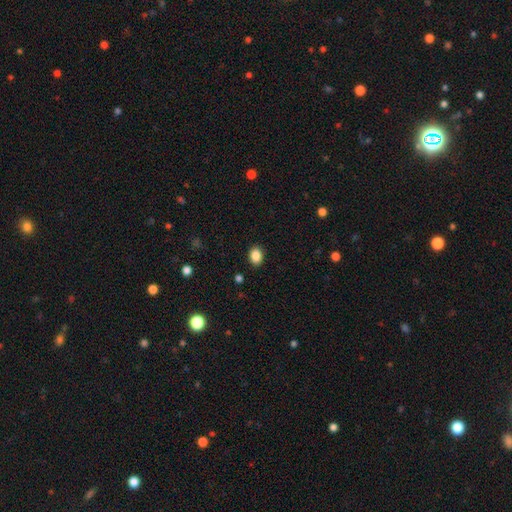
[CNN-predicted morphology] This appears to be a smooth galaxy with no disk features (87%) that is in between round and cigar-shaped (68%). Merging: none (89%).